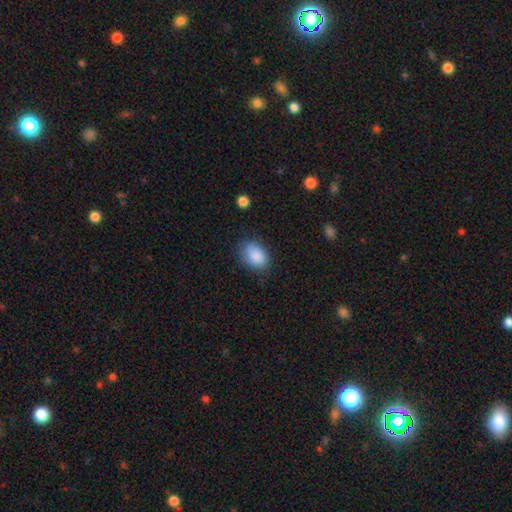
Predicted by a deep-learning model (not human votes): Smooth or featured? smooth (87%)
How rounded? in between (81%)
Merging? none (73%)